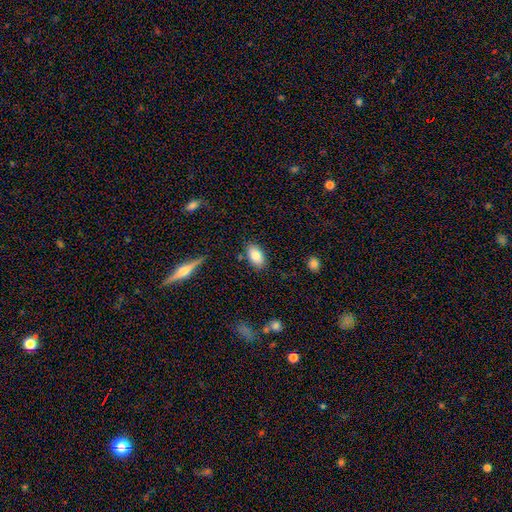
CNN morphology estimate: Smooth or featured: smooth — 85% (featured or disk — 8%)
How rounded: in between — 92% (round — 5%)
Merging: none — 82% (minor disturbance — 12%)